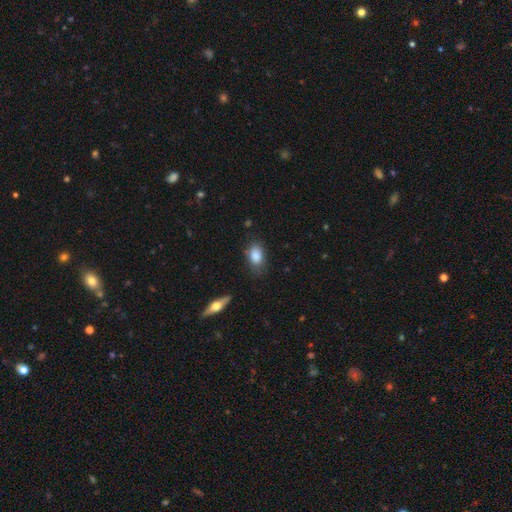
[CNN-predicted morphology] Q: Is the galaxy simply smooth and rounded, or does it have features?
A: smooth — 85%.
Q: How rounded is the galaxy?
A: in between — 86%.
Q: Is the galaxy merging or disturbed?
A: none — 72%.